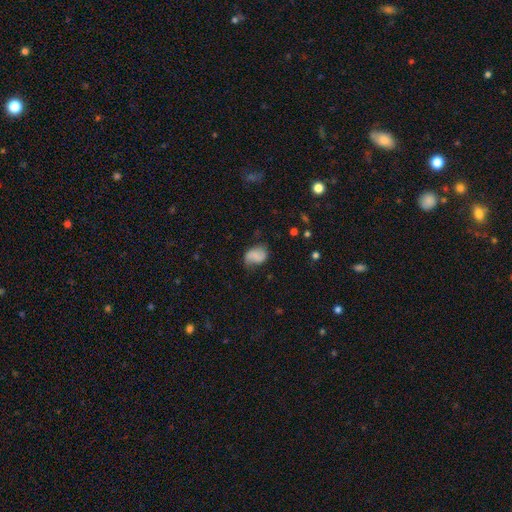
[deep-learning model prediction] The model was most divided on "merging": none: 53%, minor disturbance: 33%, major disturbance: 12%, merger: 2%. More confident: how rounded — in between (72%); smooth or featured — smooth (68%).